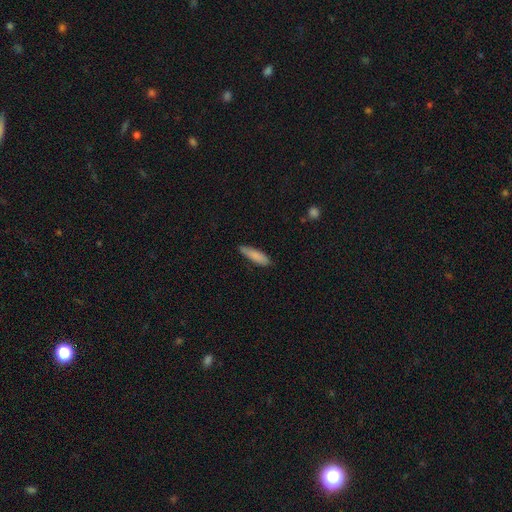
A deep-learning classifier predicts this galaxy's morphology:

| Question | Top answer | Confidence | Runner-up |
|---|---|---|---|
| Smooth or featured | smooth | 85% | featured or disk (9%) |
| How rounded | cigar-shaped | 62% | in between (37%) |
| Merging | none | 76% | minor disturbance (20%) |